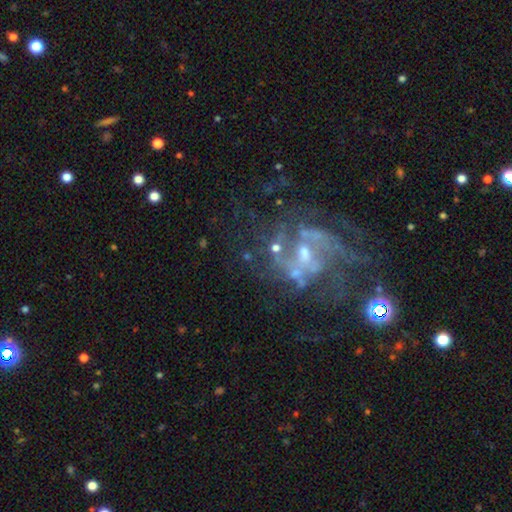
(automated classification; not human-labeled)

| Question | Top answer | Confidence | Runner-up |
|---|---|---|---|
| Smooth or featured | featured or disk | 74% | star or artifact (18%) |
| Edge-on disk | no | 97% | yes (3%) |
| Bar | no | 55% | weak (34%) |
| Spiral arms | yes | 72% | no (28%) |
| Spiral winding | medium | 40% | loose (38%) |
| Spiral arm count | can't tell | 36% | 2 (34%) |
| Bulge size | small | 56% | moderate (25%) |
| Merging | none | 43% | major disturbance (28%) |